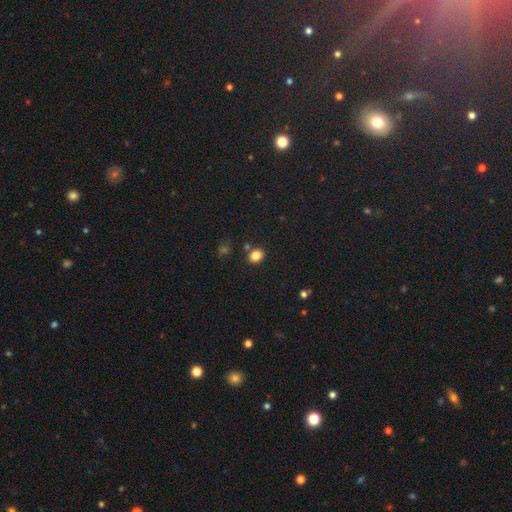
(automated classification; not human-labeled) Smooth or featured?
  - smooth: 83% *
  - star or artifact: 11%
  - featured or disk: 5%
How rounded?
  - in between: 51% *
  - round: 48%
  - cigar-shaped: 1%
Merging?
  - none: 80% *
  - minor disturbance: 10%
  - merger: 8%
  - major disturbance: 3%